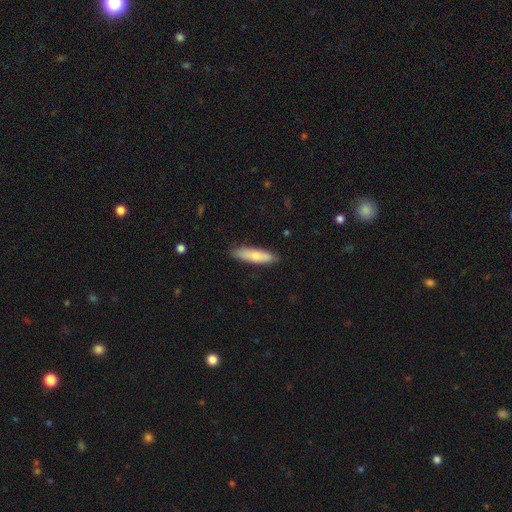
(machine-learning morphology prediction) Q: Smooth or featured?
A: smooth (75%); runner-up: featured or disk (19%)
Q: How rounded?
A: cigar-shaped (70%); runner-up: in between (29%)
Q: Merging?
A: none (87%); runner-up: minor disturbance (10%)